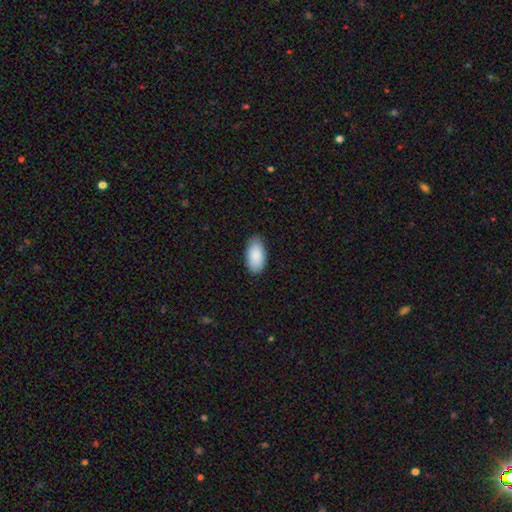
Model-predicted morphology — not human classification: type=smooth (89%); roundness=in between (96%); merging=none (85%).